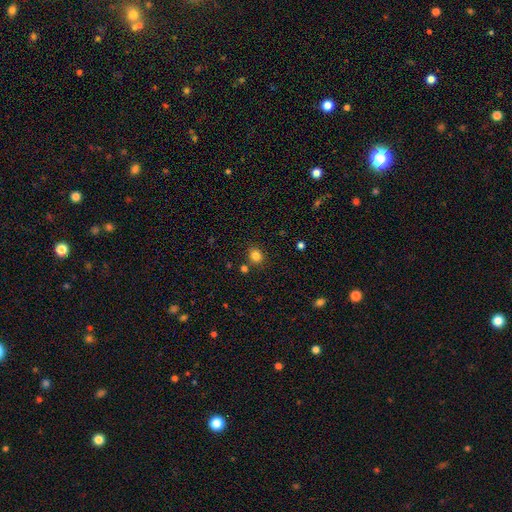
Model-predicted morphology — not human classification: A smooth galaxy with no disk features (83%) that is round (77%). Merging: none (80%).